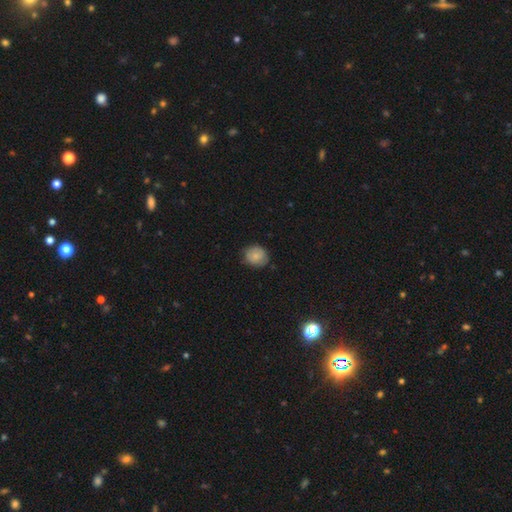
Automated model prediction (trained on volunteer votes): Smooth or featured: smooth — 79% (featured or disk — 13%)
How rounded: round — 74% (in between — 25%)
Merging: none — 77% (minor disturbance — 19%)